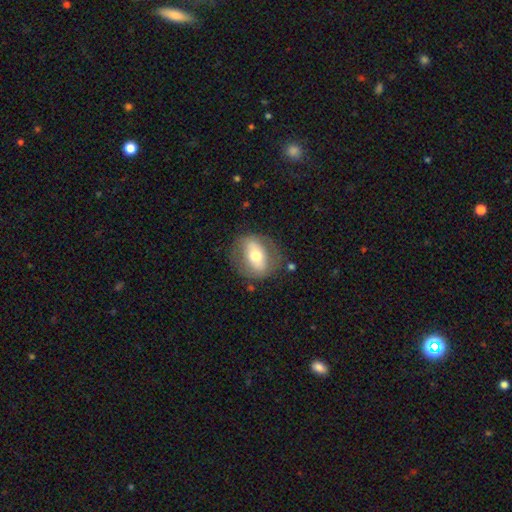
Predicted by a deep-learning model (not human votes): smooth-or-featured: smooth: 49% | featured or disk: 44% | star or artifact: 7%
  merging: none: 75% | minor disturbance: 15% | major disturbance: 8% | merger: 2%